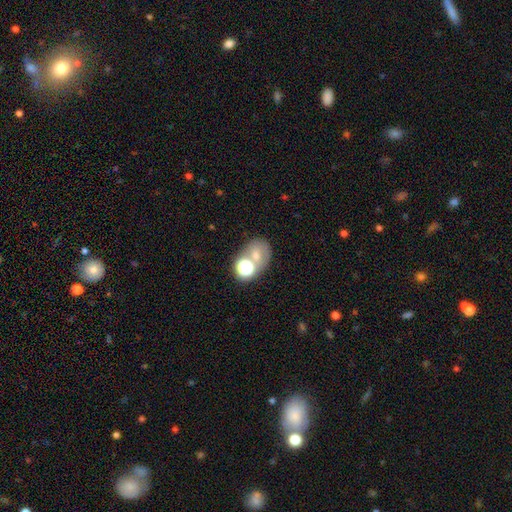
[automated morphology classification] Smooth or featured?
  - smooth: 49% *
  - star or artifact: 27%
  - featured or disk: 24%
Merging?
  - none: 48% *
  - merger: 31%
  - minor disturbance: 12%
  - major disturbance: 9%